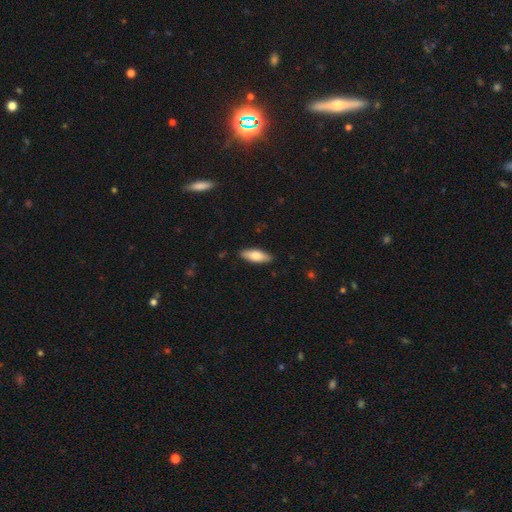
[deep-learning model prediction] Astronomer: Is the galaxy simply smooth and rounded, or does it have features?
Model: smooth — 75%.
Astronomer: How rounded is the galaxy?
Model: in between — 62%.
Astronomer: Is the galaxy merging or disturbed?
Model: none — 88%.